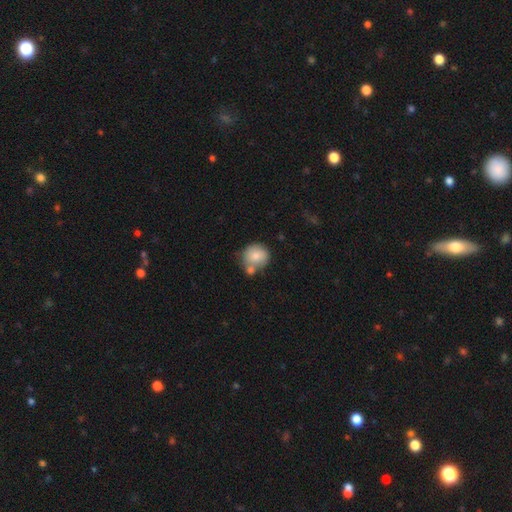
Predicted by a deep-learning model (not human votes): smooth_or_featured: smooth (p=0.78) [alt: featured or disk p=0.14]
how_rounded: round (p=0.82) [alt: in between p=0.17]
merging: none (p=0.45) [alt: merger p=0.36]